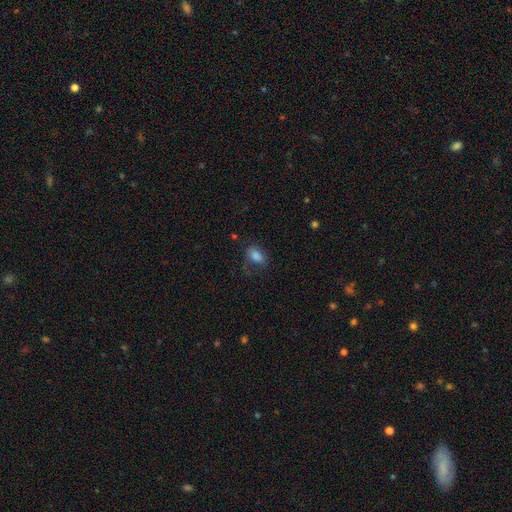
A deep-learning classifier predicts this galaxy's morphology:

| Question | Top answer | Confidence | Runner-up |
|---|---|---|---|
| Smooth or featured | smooth | 82% | star or artifact (10%) |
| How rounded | in between | 84% | round (14%) |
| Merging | none | 59% | minor disturbance (24%) |